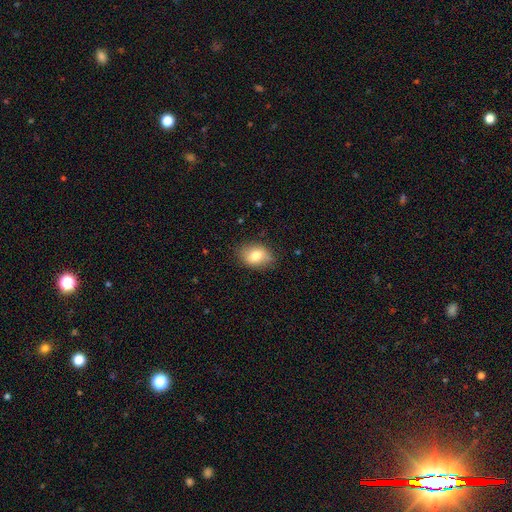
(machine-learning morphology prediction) Smooth or featured? Predicted: smooth (p=0.77). How rounded? Predicted: in between (p=0.73). Merging? Predicted: none (p=0.79).